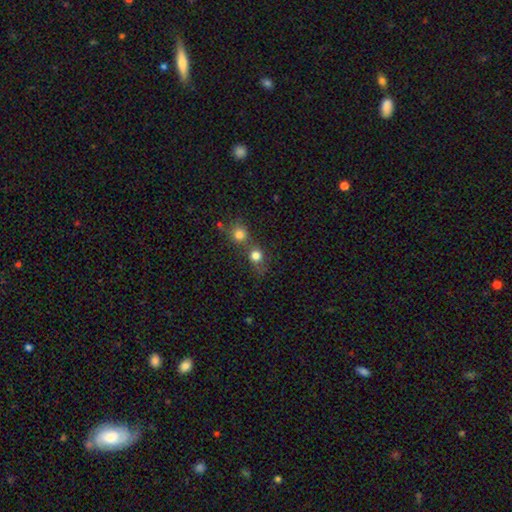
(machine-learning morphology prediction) type=smooth (78%); roundness=round (84%); merging=none (45%).